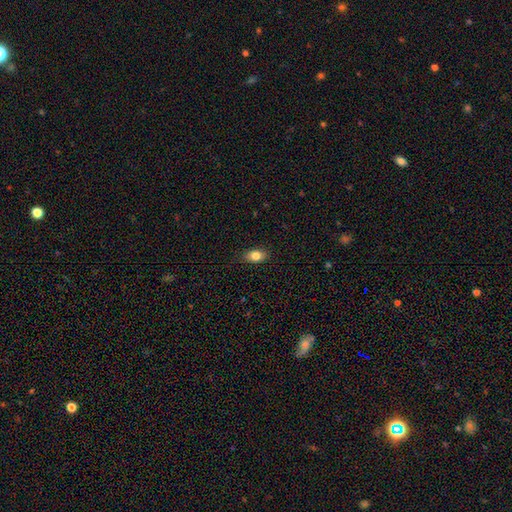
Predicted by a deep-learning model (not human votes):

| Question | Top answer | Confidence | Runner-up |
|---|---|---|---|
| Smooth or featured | smooth | 83% | featured or disk (9%) |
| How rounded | in between | 86% | round (11%) |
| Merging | none | 85% | minor disturbance (12%) |